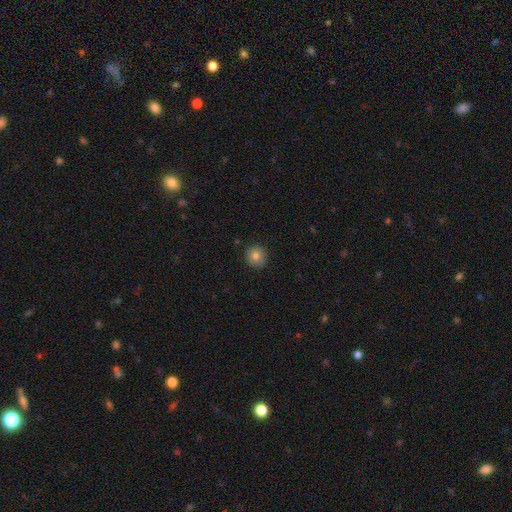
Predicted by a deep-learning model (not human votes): Smooth or featured? smooth (79%)
How rounded? round (93%)
Merging? none (88%)